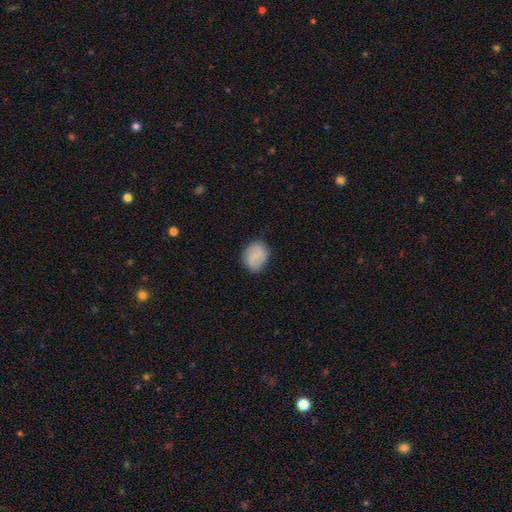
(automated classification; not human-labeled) This is likely a smooth galaxy (61%). How rounded: possibly round (57%). Merging: clearly none (80%).